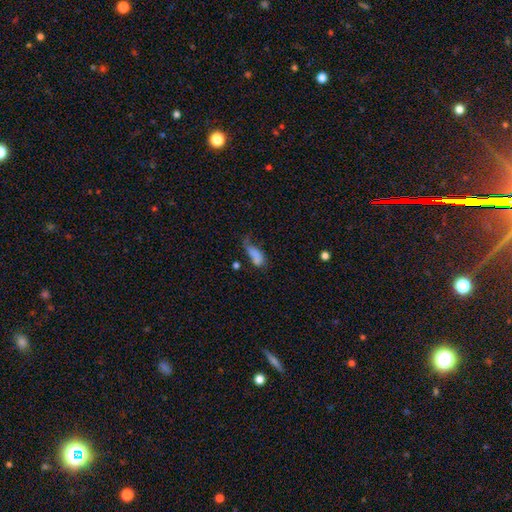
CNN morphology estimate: Smooth or featured: smooth — 71% (featured or disk — 17%)
How rounded: in between — 79% (cigar-shaped — 17%)
Merging: major disturbance — 36% (minor disturbance — 28%)